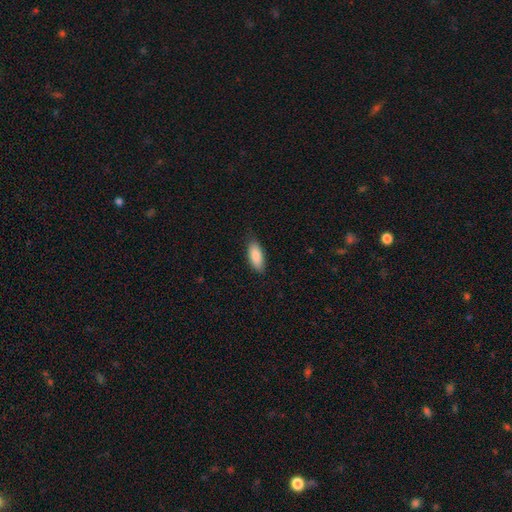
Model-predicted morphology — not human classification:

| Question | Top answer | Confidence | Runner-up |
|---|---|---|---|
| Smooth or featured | smooth | 87% | featured or disk (7%) |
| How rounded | in between | 79% | cigar-shaped (19%) |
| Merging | none | 81% | minor disturbance (15%) |